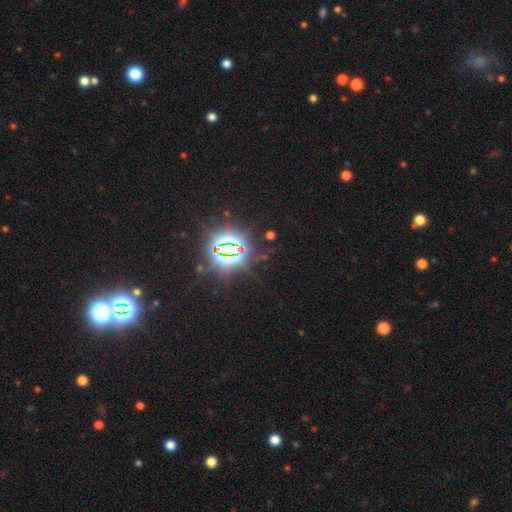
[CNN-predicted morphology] A star or artifact, not a galaxy (86%).

Vote fractions:
- Smooth or featured? star or artifact: 86% / smooth: 8% / featured or disk: 6%